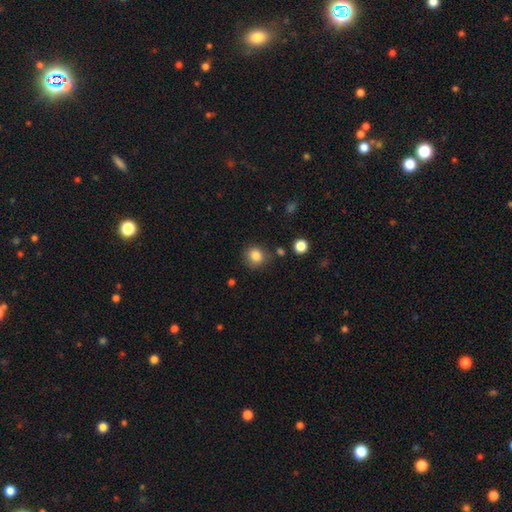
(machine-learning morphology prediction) Q: Smooth or featured?
A: smooth (84%); runner-up: star or artifact (11%)
Q: How rounded?
A: round (87%); runner-up: in between (12%)
Q: Merging?
A: none (82%); runner-up: minor disturbance (11%)